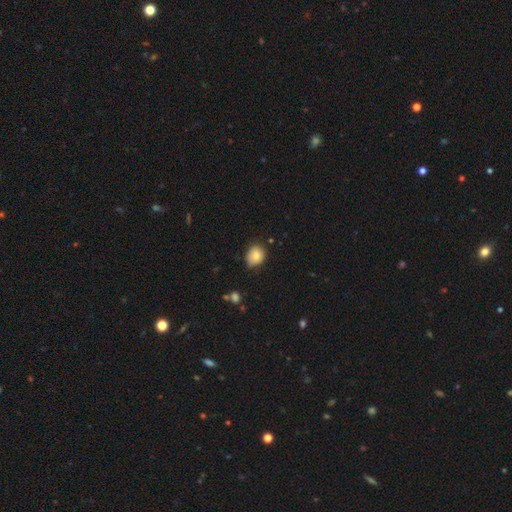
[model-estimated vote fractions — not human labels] Smooth or featured? Predicted: smooth (p=0.81). How rounded? Predicted: round (p=0.64). Merging? Predicted: none (p=0.64).